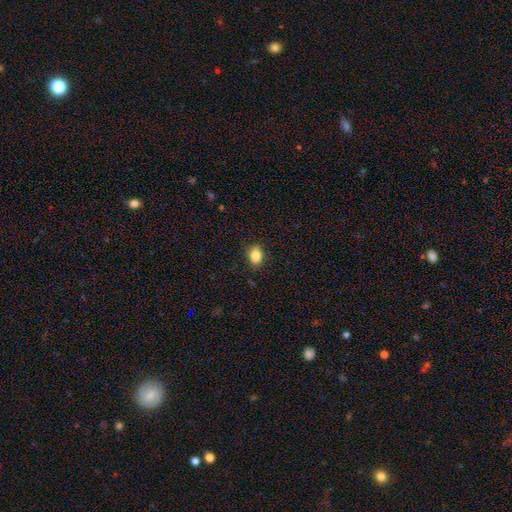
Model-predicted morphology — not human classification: Overall: smooth (85%). How rounded: in between (64%; round 34%). Merging: none (86%).